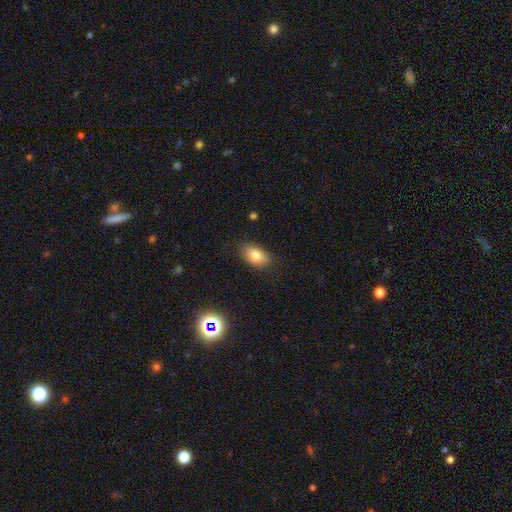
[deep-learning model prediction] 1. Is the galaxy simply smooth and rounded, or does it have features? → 81% smooth, 10% featured or disk, 9% star or artifact.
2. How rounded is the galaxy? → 88% in between, 10% round, 2% cigar-shaped.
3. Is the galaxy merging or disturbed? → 82% none, 14% minor disturbance, 3% major disturbance, 1% merger.